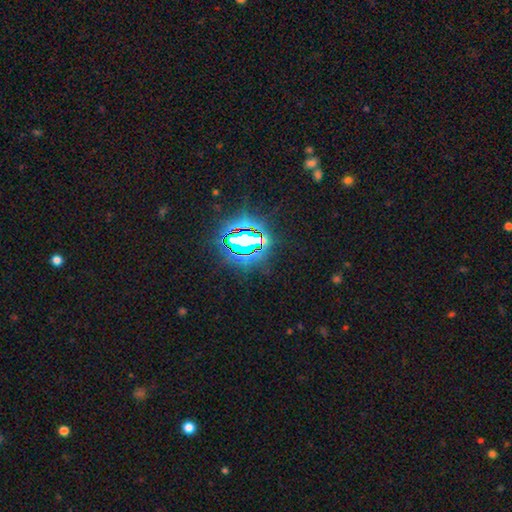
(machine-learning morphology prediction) Smooth or featured? Predicted: star or artifact (p=0.83).